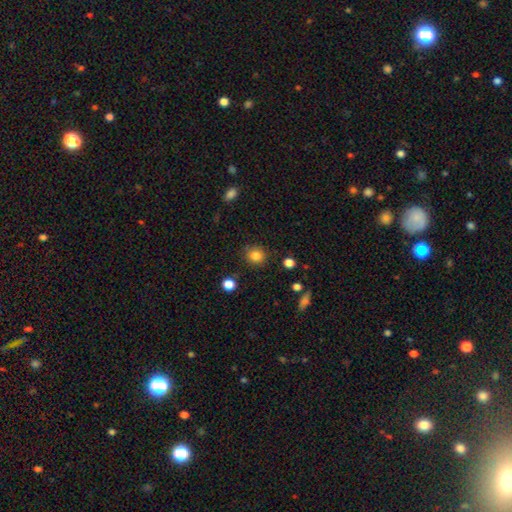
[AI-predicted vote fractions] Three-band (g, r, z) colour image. It shows a smooth galaxy with no disk features (84%) that is round (83%). Merging: none (86%).